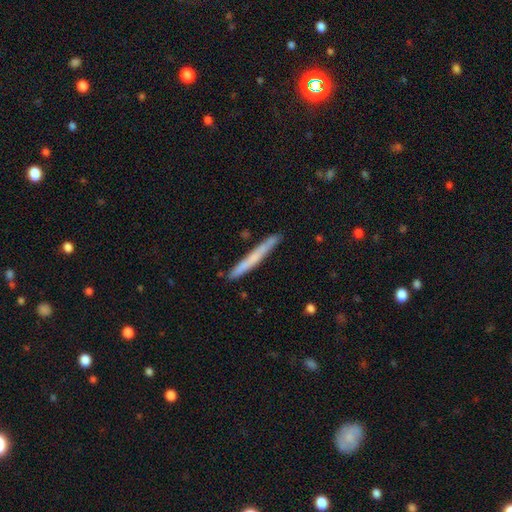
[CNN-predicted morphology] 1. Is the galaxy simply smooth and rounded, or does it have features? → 60% smooth, 35% featured or disk, 6% star or artifact.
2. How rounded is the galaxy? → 97% cigar-shaped, 2% in between, 1% round.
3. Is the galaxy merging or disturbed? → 88% none, 9% minor disturbance, 2% merger, 2% major disturbance.